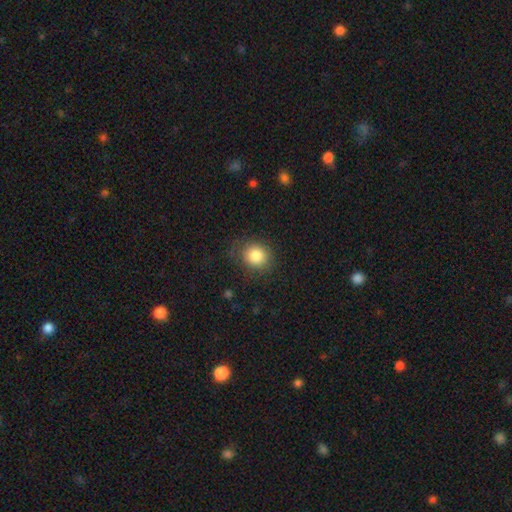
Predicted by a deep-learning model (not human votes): Smooth or featured?
  - smooth: 84% *
  - star or artifact: 9%
  - featured or disk: 7%
How rounded?
  - round: 76% *
  - in between: 23%
  - cigar-shaped: 1%
Merging?
  - none: 79% *
  - minor disturbance: 14%
  - major disturbance: 5%
  - merger: 1%